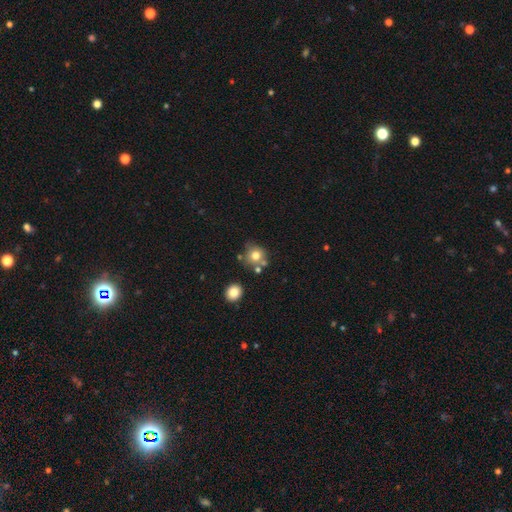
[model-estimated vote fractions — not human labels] Morphology: type=smooth (74%); roundness=round (86%); merging=none (63%).